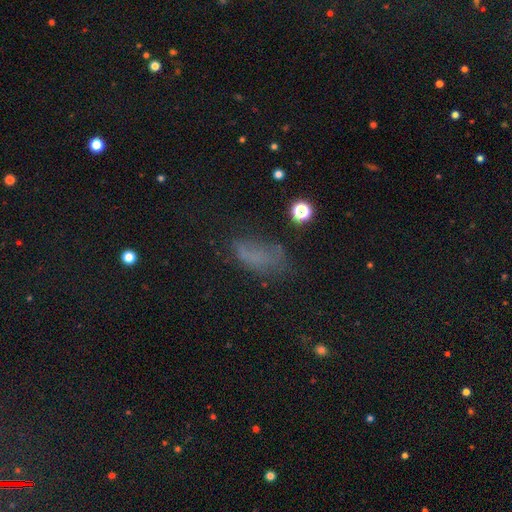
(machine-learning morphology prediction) type=smooth (57%); roundness=in between (84%); merging=none (47%).